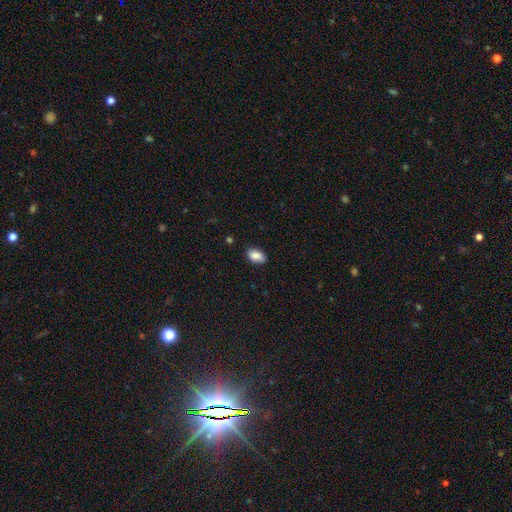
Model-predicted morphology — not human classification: Smooth or featured? Predicted: smooth (p=0.85). How rounded? Predicted: in between (p=0.91). Merging? Predicted: none (p=0.80).